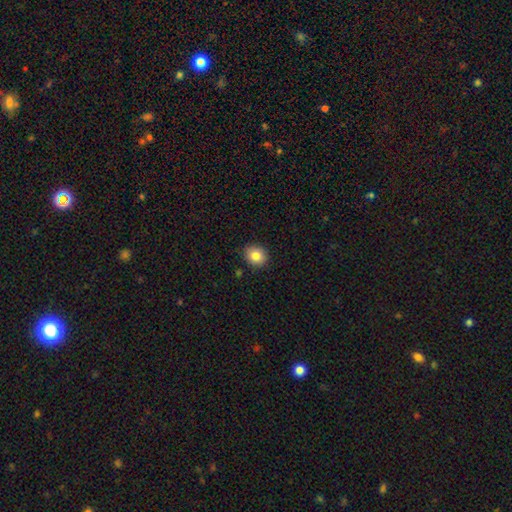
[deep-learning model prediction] Morphology: type=smooth (84%); roundness=round (68%); merging=none (88%).